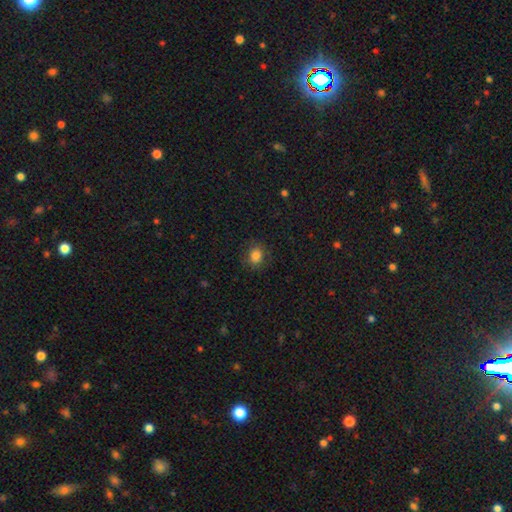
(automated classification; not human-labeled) smooth 81%, star or artifact 11%, featured or disk 8%. Down the decision tree: how rounded — round (64%); merging — none (81%).